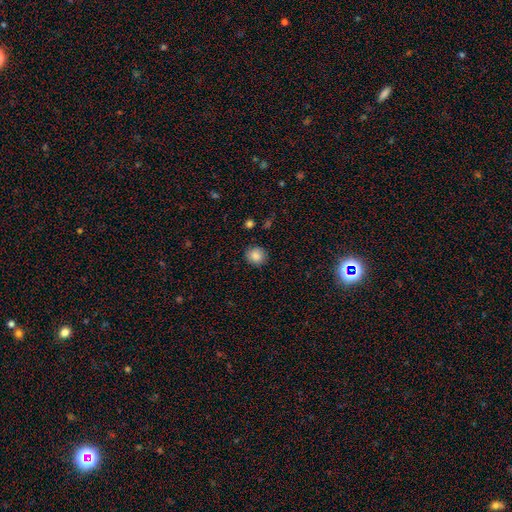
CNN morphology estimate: smooth-or-featured: smooth: 86% | star or artifact: 9% | featured or disk: 5%
  how-rounded: round: 87% | in between: 12% | cigar-shaped: 1%
  merging: none: 87% | minor disturbance: 9% | major disturbance: 2% | merger: 1%